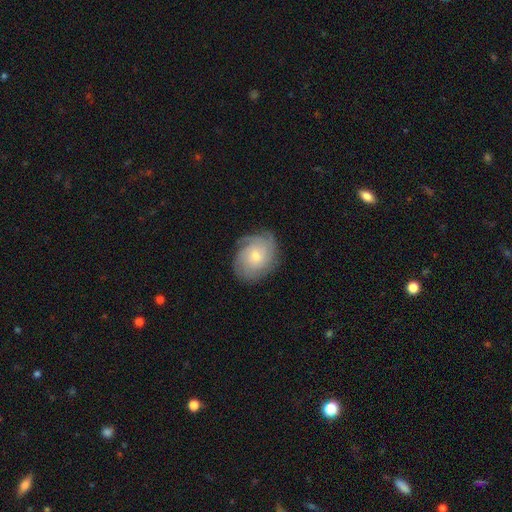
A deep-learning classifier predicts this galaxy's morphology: Smooth or featured?
  - featured or disk: 72% *
  - smooth: 20%
  - star or artifact: 7%
Edge-on disk?
  - no: 97% *
  - yes: 3%
Bar?
  - no: 72% *
  - weak: 24%
  - strong: 3%
Spiral arms?
  - yes: 94% *
  - no: 6%
Spiral winding?
  - tight: 67% *
  - medium: 26%
  - loose: 7%
Spiral arm count?
  - can't tell: 36% *
  - 4: 22%
  - 3: 18%
  - 2: 10%
  - more than 4: 8%
  - 1: 6%
Bulge size?
  - small: 61% *
  - moderate: 35%
  - large: 2%
  - none: 1%
  - dominant: 1%
Merging?
  - none: 76% *
  - minor disturbance: 17%
  - major disturbance: 6%
  - merger: 1%